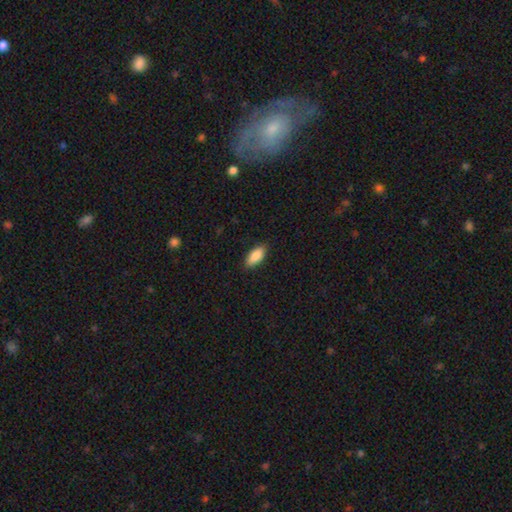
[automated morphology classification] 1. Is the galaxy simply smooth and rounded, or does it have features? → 88% smooth, 6% star or artifact, 6% featured or disk.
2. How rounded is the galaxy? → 88% in between, 10% cigar-shaped, 2% round.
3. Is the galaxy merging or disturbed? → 88% none, 9% minor disturbance, 2% major disturbance, 1% merger.